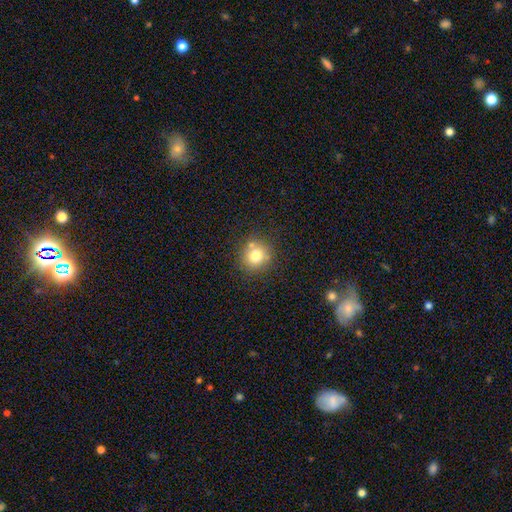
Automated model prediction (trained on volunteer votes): Q: Smooth or featured?
A: smooth (75%); runner-up: featured or disk (12%)
Q: How rounded?
A: round (89%); runner-up: in between (10%)
Q: Merging?
A: none (73%); runner-up: minor disturbance (12%)